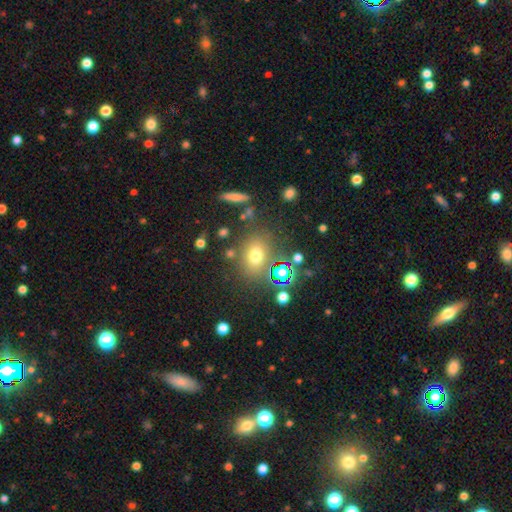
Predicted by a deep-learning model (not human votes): A smooth galaxy with no disk features (67%) that is in between round and cigar-shaped (51%).

Vote fractions:
- Smooth or featured? smooth: 67% / star or artifact: 21% / featured or disk: 12%
- How rounded? in between: 51% / round: 47% / cigar-shaped: 2%
- Merging? none: 74% / minor disturbance: 13% / merger: 8% / major disturbance: 6%